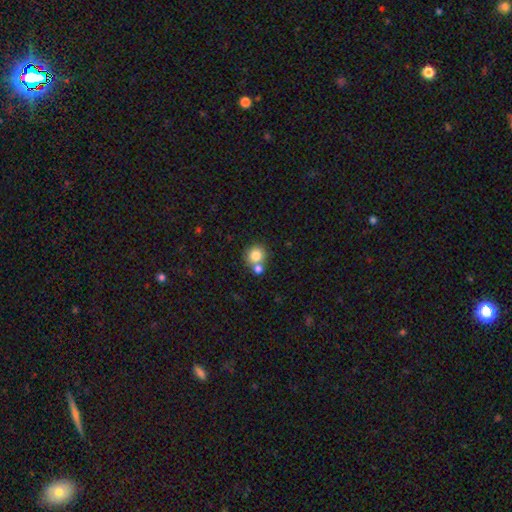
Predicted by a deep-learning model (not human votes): Q: Smooth or featured?
A: smooth (81%); runner-up: star or artifact (10%)
Q: How rounded?
A: round (88%); runner-up: in between (11%)
Q: Merging?
A: none (55%); runner-up: merger (34%)